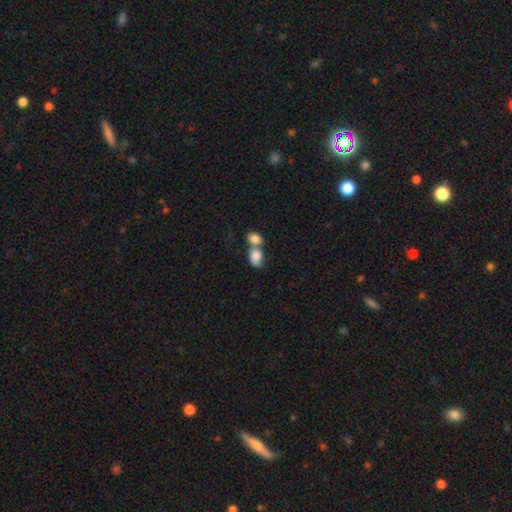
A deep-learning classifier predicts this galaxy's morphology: Q: Smooth or featured?
A: smooth (81%); runner-up: featured or disk (12%)
Q: How rounded?
A: in between (64%); runner-up: round (35%)
Q: Merging?
A: merger (71%); runner-up: none (17%)